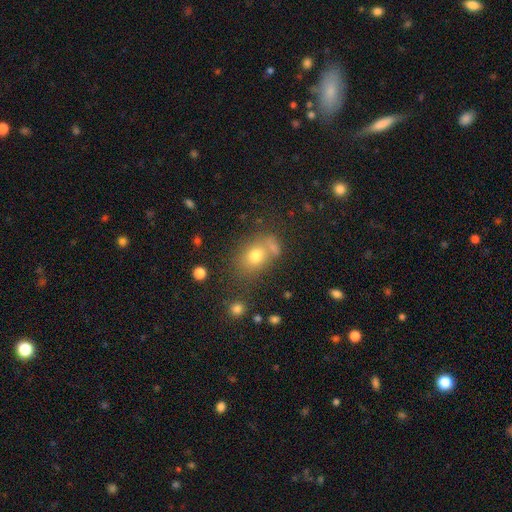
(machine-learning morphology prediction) This is likely a smooth galaxy (73%). How rounded: likely in between (60%). Merging: possibly none (53%).